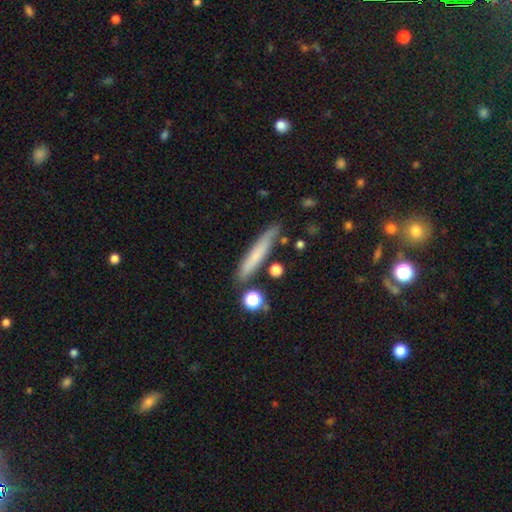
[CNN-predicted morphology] type=smooth (66%); roundness=cigar-shaped (92%); merging=none (81%).